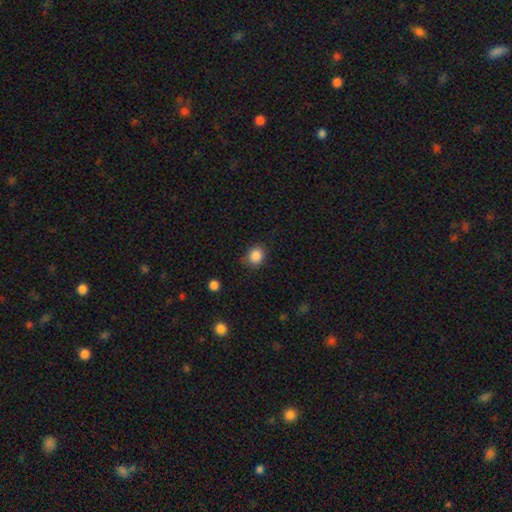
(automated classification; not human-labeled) Smooth or featured? Predicted: smooth (p=0.86). How rounded? Predicted: round (p=0.73). Merging? Predicted: none (p=0.79).